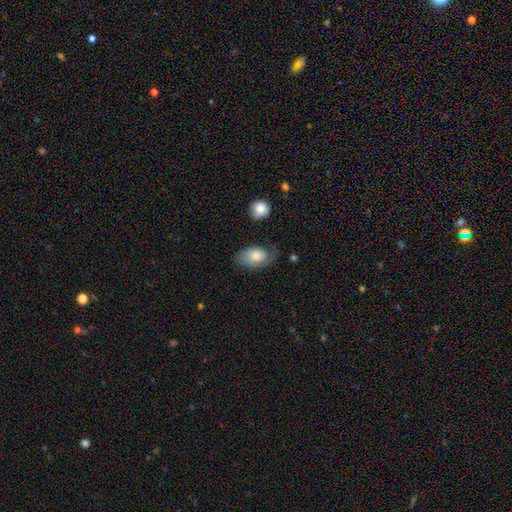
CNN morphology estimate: This is likely a smooth galaxy (67%). How rounded: clearly in between (88%). Merging: possibly none (52%).